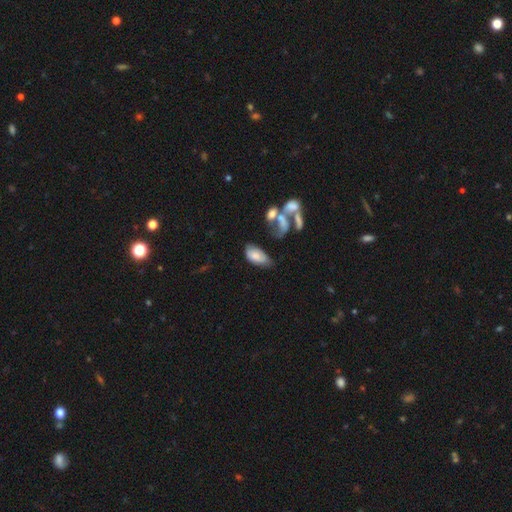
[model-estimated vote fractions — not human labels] smooth 71%, featured or disk 21%, star or artifact 8%. Down the decision tree: how rounded — in between (92%); merging — none (37%).